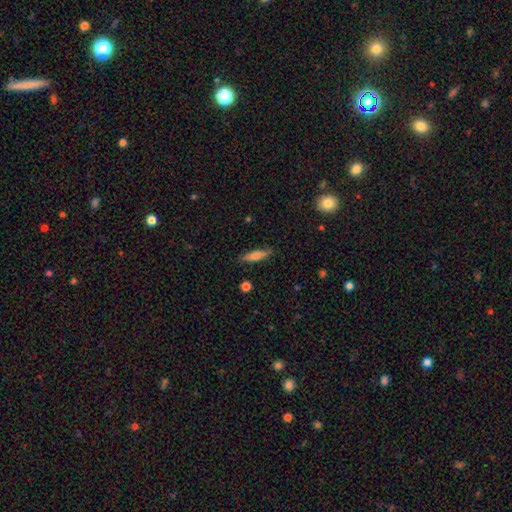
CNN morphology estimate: A smooth galaxy with no disk features (73%) that is cigar-shaped (75%). Merging: none (84%).